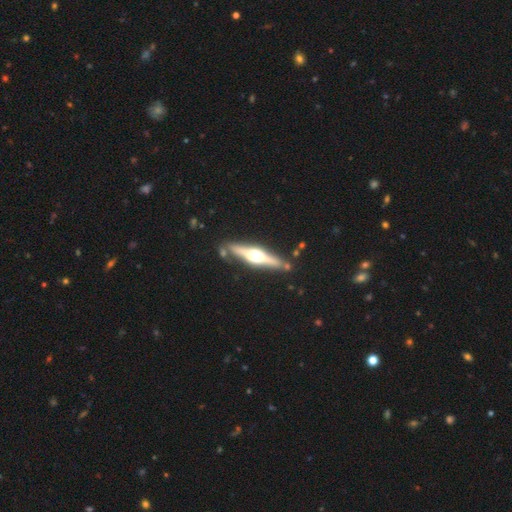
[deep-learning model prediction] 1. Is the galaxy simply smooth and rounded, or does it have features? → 75% featured or disk, 20% smooth, 5% star or artifact.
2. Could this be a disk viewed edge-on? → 97% yes, 3% no.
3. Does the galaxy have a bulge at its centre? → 94% rounded, 4% boxy, 2% none.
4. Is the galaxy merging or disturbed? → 81% none, 11% minor disturbance, 5% merger, 2% major disturbance.